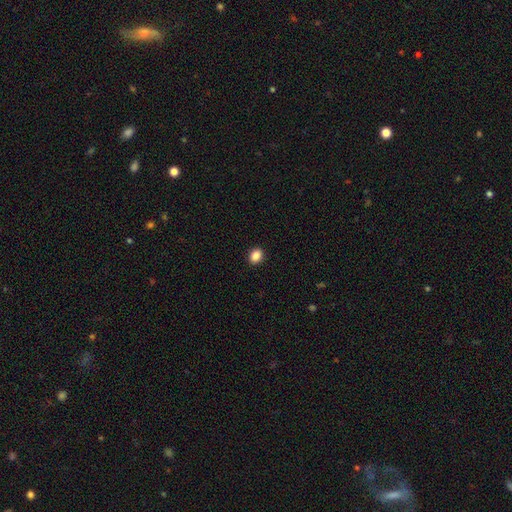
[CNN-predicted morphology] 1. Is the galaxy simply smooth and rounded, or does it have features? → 88% smooth, 9% star or artifact, 3% featured or disk.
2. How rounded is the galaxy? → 62% in between, 37% round, 1% cigar-shaped.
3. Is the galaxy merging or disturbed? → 91% none, 6% minor disturbance, 2% major disturbance, 1% merger.